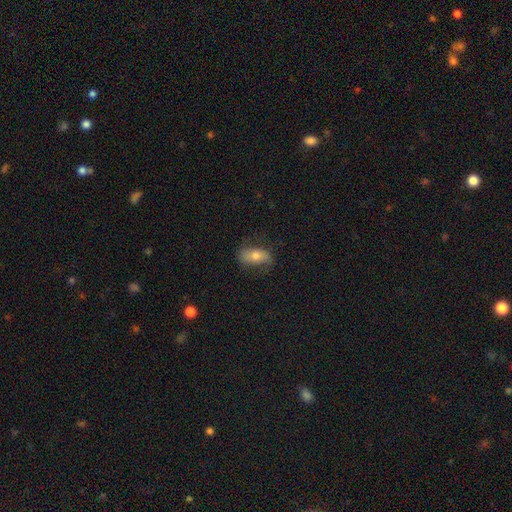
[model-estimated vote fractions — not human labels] smooth-or-featured: smooth: 53% | featured or disk: 38% | star or artifact: 9%
  how-rounded: in between: 82% | cigar-shaped: 11% | round: 7%
  merging: none: 70% | minor disturbance: 21% | major disturbance: 8% | merger: 1%